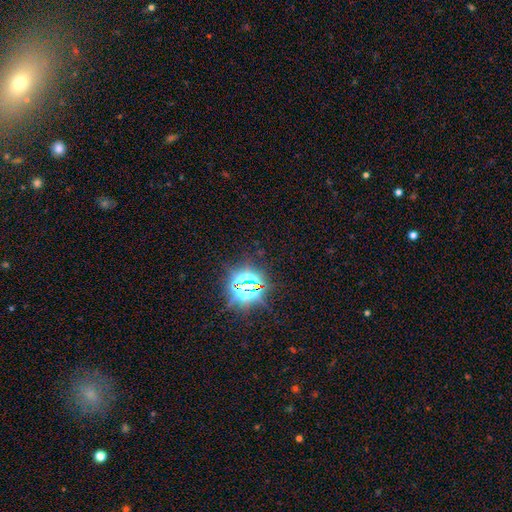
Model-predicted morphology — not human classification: This is clearly a star or artifact rather than a galaxy (82%).